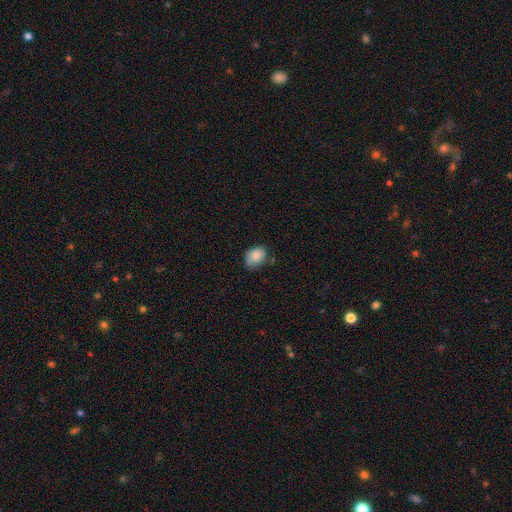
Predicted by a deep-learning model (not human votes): Morphology: type=smooth (84%); roundness=in between (64%); merging=none (66%).